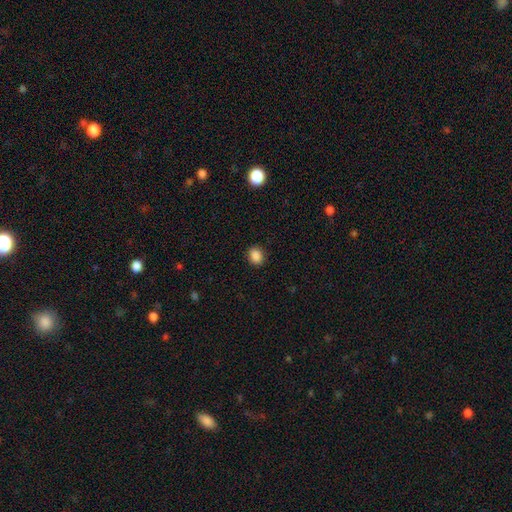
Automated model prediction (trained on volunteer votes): A smooth galaxy with no disk features (87%) that is round (58%).

Vote fractions:
- Smooth or featured? smooth: 87% / star or artifact: 10% / featured or disk: 3%
- How rounded? round: 58% / in between: 41% / cigar-shaped: 1%
- Merging? none: 90% / minor disturbance: 7% / major disturbance: 2% / merger: 1%